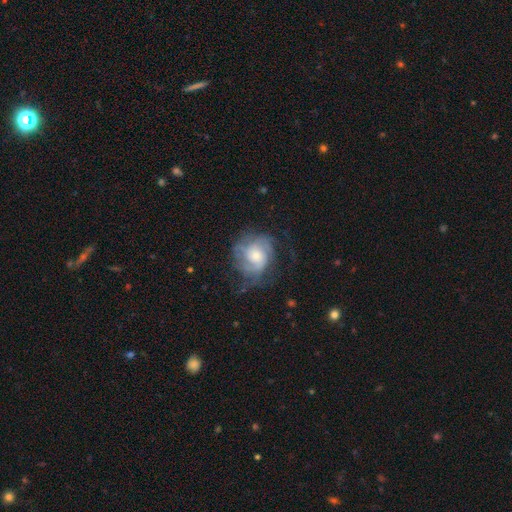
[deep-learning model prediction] Smooth or featured?
  - featured or disk: 69% *
  - smooth: 24%
  - star or artifact: 7%
Edge-on disk?
  - no: 97% *
  - yes: 3%
Bar?
  - no: 75% *
  - weak: 21%
  - strong: 3%
Spiral arms?
  - yes: 86% *
  - no: 14%
Spiral winding?
  - tight: 46% *
  - medium: 37%
  - loose: 17%
Spiral arm count?
  - can't tell: 40% *
  - 2: 24%
  - 3: 18%
  - 4: 8%
  - 1: 6%
  - more than 4: 5%
Bulge size?
  - moderate: 46% *
  - small: 35%
  - large: 14%
  - none: 4%
  - dominant: 2%
Merging?
  - none: 53% *
  - minor disturbance: 23%
  - major disturbance: 23%
  - merger: 1%